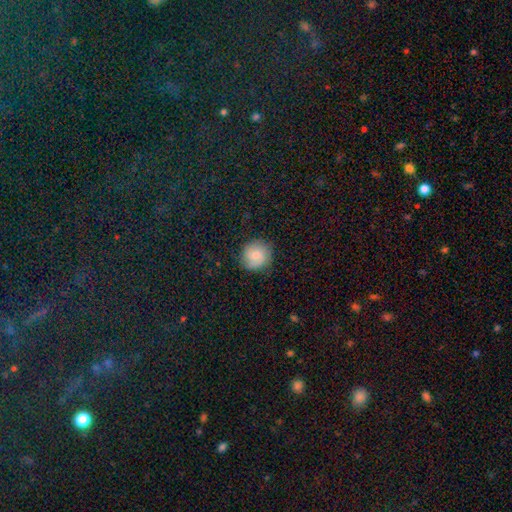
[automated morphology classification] smooth_or_featured: smooth (p=0.73) [alt: featured or disk p=0.20]
how_rounded: round (p=0.88) [alt: in between p=0.11]
merging: none (p=0.81) [alt: minor disturbance p=0.15]